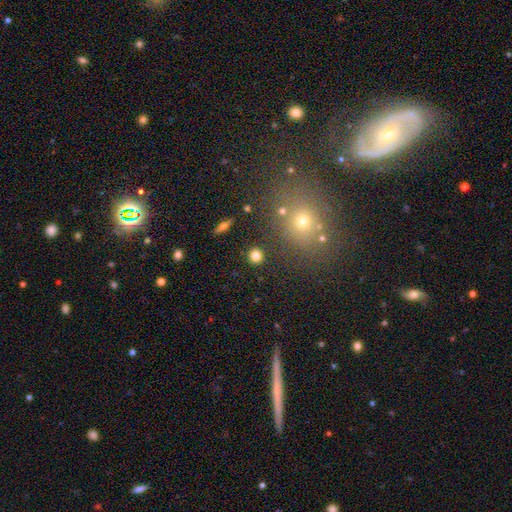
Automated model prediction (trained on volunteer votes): This appears to be a smooth galaxy with no disk features (80%) that is round (92%). Merging: none (90%).